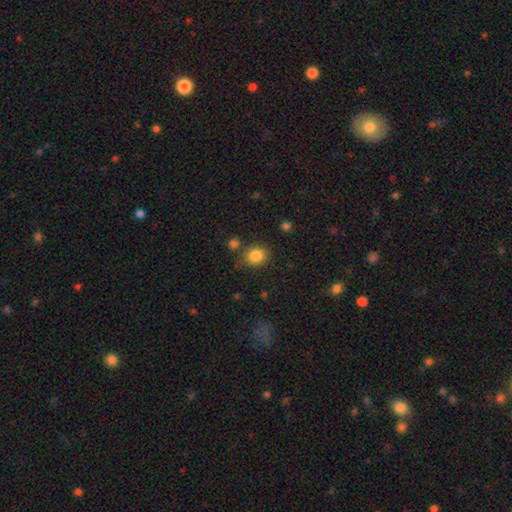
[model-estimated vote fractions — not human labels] smooth_or_featured: smooth (p=0.84) [alt: star or artifact p=0.10]
how_rounded: round (p=0.72) [alt: in between p=0.27]
merging: none (p=0.74) [alt: minor disturbance p=0.15]